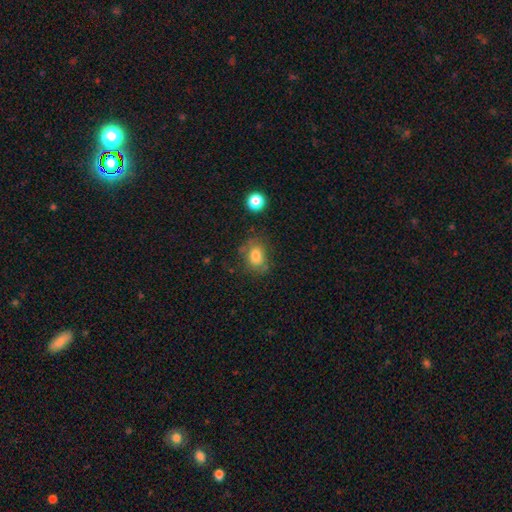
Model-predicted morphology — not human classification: smooth-or-featured: smooth: 75% | featured or disk: 14% | star or artifact: 11%
  how-rounded: in between: 58% | round: 41% | cigar-shaped: 1%
  merging: none: 61% | minor disturbance: 24% | major disturbance: 11% | merger: 4%